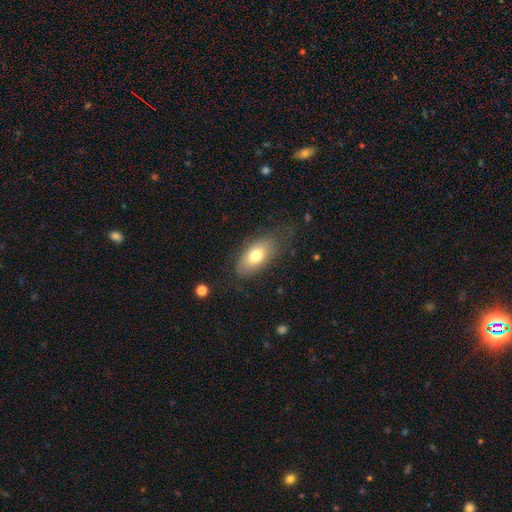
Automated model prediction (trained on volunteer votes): Smooth or featured? smooth (73%)
How rounded? in between (90%)
Merging? none (68%)